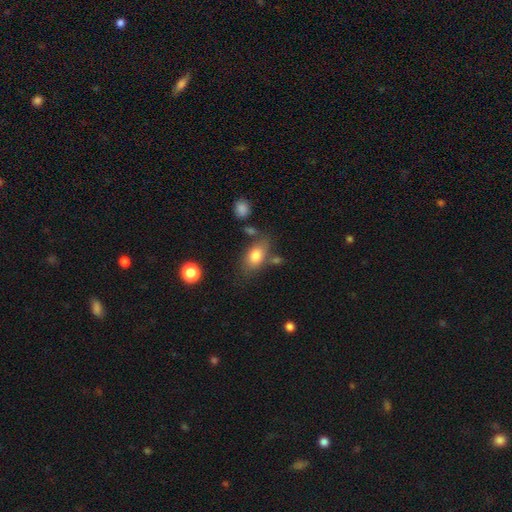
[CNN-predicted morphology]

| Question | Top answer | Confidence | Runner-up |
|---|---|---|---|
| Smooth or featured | smooth | 79% | featured or disk (14%) |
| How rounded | in between | 86% | round (11%) |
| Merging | none | 65% | minor disturbance (19%) |